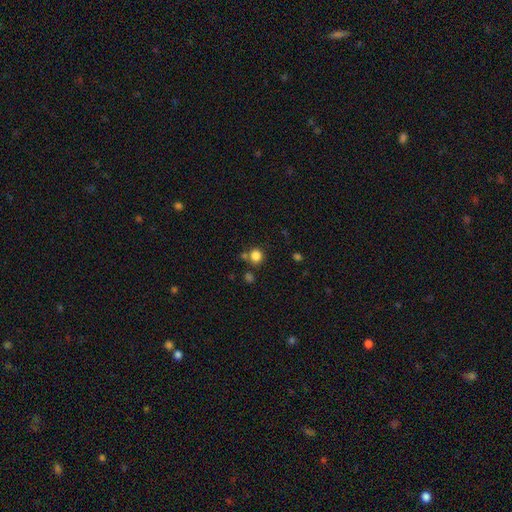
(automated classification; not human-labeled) smooth-or-featured: smooth: 83% | star or artifact: 13% | featured or disk: 5%
  how-rounded: round: 87% | in between: 12% | cigar-shaped: 1%
  merging: none: 72% | merger: 14% | minor disturbance: 10% | major disturbance: 4%